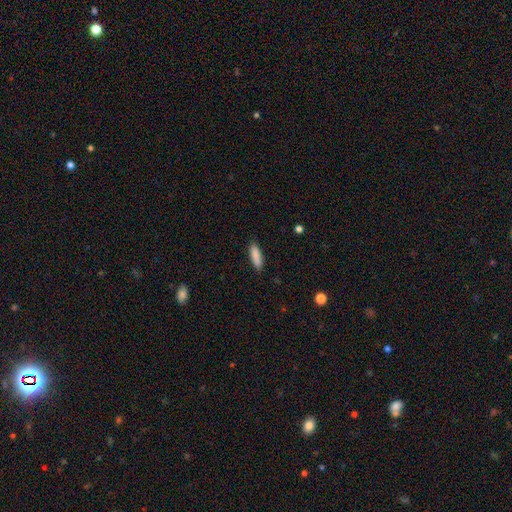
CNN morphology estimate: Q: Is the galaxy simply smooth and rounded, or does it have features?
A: smooth — 88%.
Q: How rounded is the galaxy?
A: in between — 51%.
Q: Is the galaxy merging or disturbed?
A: none — 87%.